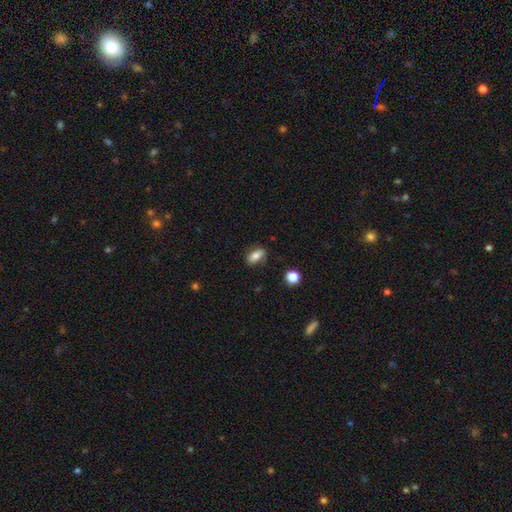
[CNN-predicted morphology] Smooth or featured: smooth — 75% (featured or disk — 16%)
How rounded: in between — 82% (cigar-shaped — 11%)
Merging: none — 81% (minor disturbance — 14%)